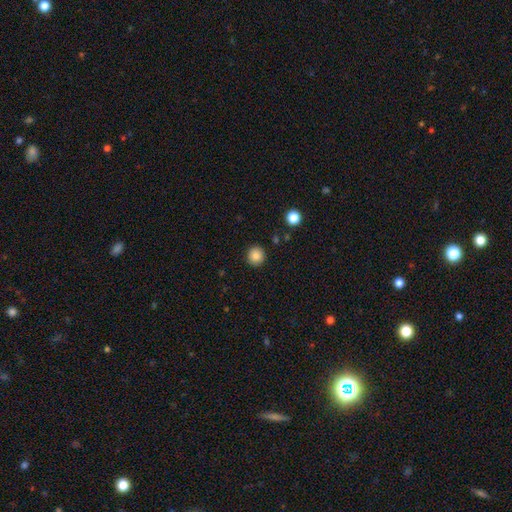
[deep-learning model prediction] A smooth galaxy with no disk features (86%) that is round (93%). Merging: none (91%).